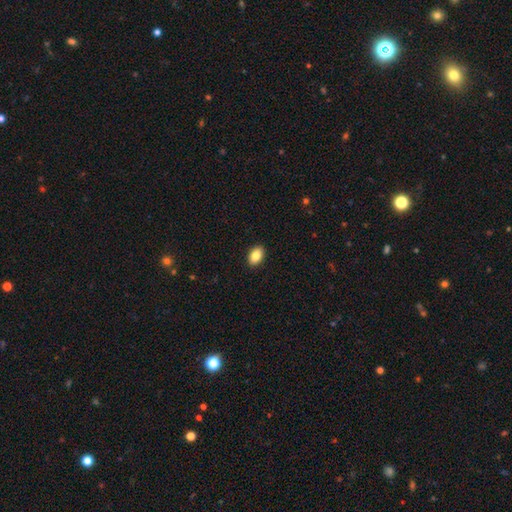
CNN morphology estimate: Q: Smooth or featured?
A: smooth (87%); runner-up: star or artifact (7%)
Q: How rounded?
A: in between (89%); runner-up: round (10%)
Q: Merging?
A: none (91%); runner-up: minor disturbance (6%)